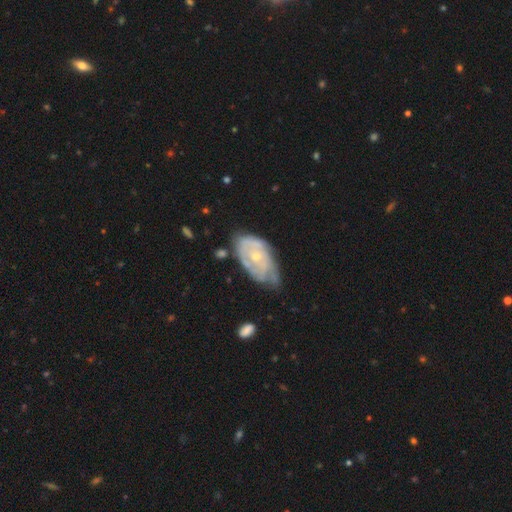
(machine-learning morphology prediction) smooth_or_featured: featured or disk (p=0.72) [alt: smooth p=0.23]
disk_edge_on: no (p=0.95) [alt: yes p=0.05]
bar: no (p=0.80) [alt: weak p=0.17]
has_spiral_arms: yes (p=0.73) [alt: no p=0.27]
bulge_size: small (p=0.64) [alt: moderate p=0.33]
merging: none (p=0.44) [alt: minor disturbance p=0.38]